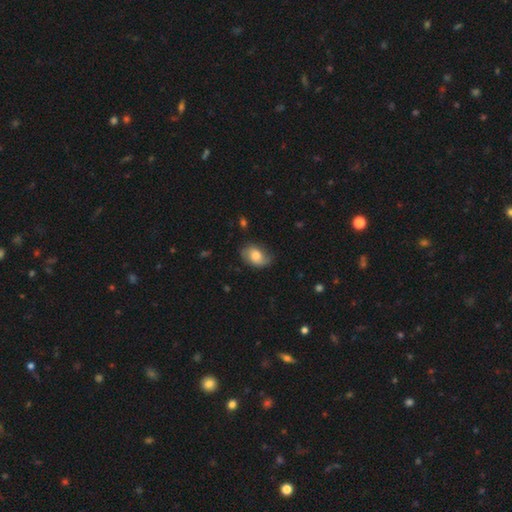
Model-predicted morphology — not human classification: Q: Smooth or featured?
A: smooth (54%); runner-up: featured or disk (38%)
Q: How rounded?
A: in between (75%); runner-up: round (24%)
Q: Merging?
A: none (61%); runner-up: minor disturbance (28%)